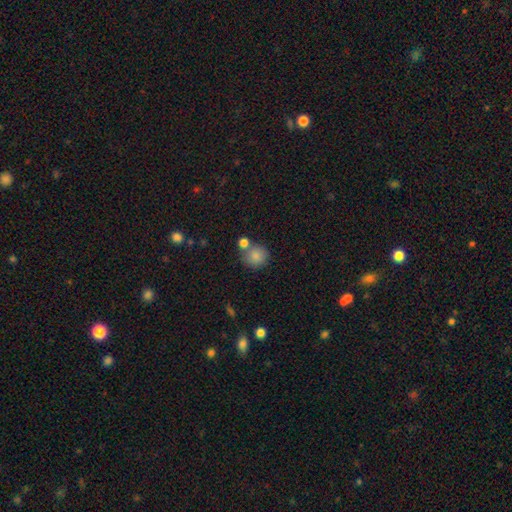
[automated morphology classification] smooth_or_featured: smooth (p=0.84) [alt: star or artifact p=0.10]
how_rounded: round (p=0.89) [alt: in between p=0.10]
merging: none (p=0.63) [alt: merger p=0.22]